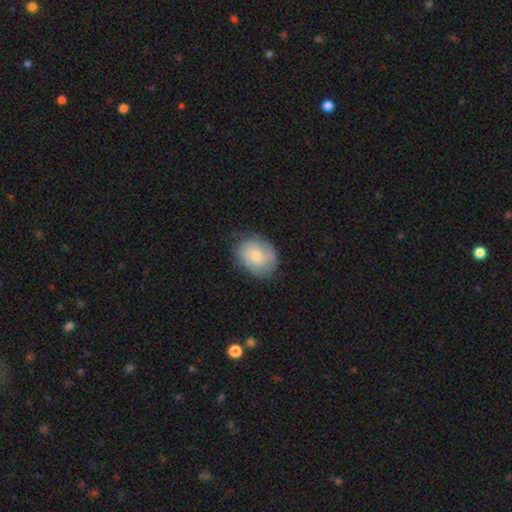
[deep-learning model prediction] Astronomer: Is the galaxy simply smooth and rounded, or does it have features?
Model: smooth — 64%.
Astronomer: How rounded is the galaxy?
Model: in between — 55% (runner-up: round, 44%).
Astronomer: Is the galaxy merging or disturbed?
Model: none — 73%.